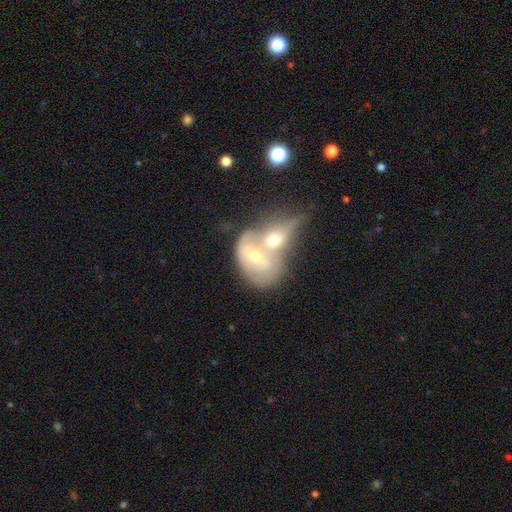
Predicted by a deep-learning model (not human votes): Morphology: type=featured or disk (57%); edge-on=no (89%); bar=no (53%); spiral arms=no (61%); bulge=moderate (63%); merging=merger (75%).